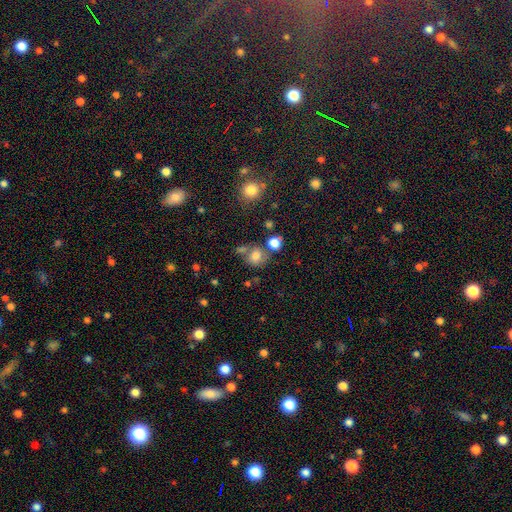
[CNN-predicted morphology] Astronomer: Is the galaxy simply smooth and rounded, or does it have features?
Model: smooth — 74%.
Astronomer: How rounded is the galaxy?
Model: round — 68%.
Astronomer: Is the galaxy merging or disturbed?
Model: none — 54%.